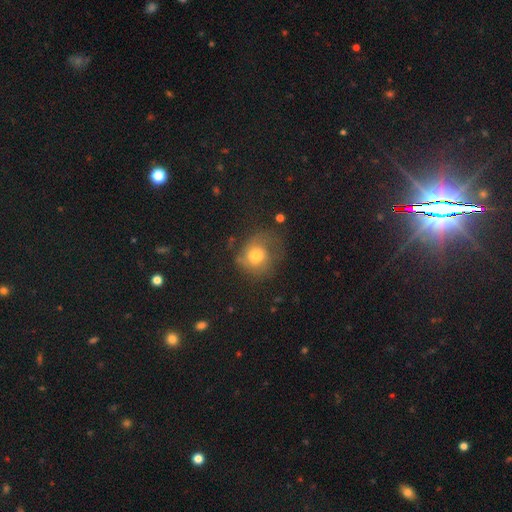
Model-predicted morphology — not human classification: Smooth or featured? Predicted: smooth (p=0.64). How rounded? Predicted: round (p=0.76). Merging? Predicted: none (p=0.48).